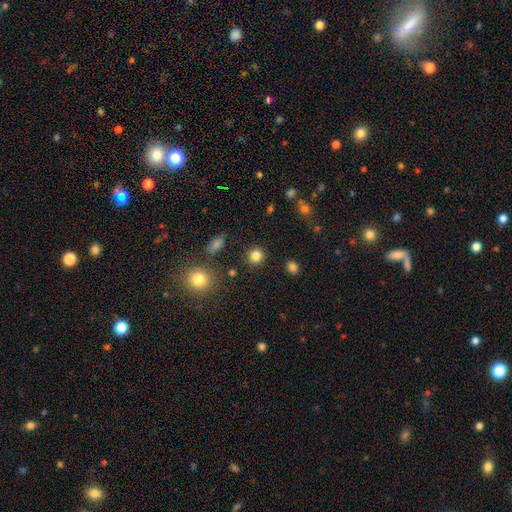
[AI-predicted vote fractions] The model was most divided on "smooth or featured": smooth: 84%, star or artifact: 12%, featured or disk: 5%. More confident: how rounded — round (90%); merging — none (90%).